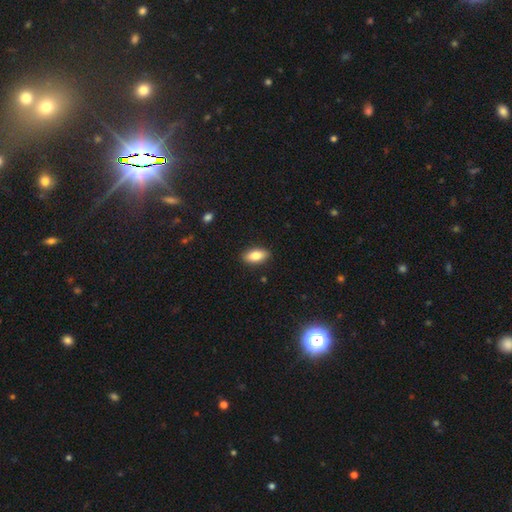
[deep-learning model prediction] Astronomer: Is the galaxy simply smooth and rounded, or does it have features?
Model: smooth — 82%.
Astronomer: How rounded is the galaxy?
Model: in between — 89%.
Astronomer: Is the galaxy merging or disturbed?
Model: none — 89%.